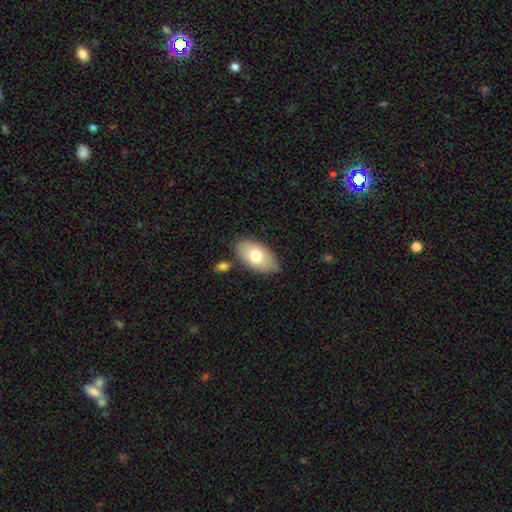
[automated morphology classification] This is likely a smooth galaxy (73%). How rounded: clearly in between (94%). Merging: likely none (77%).